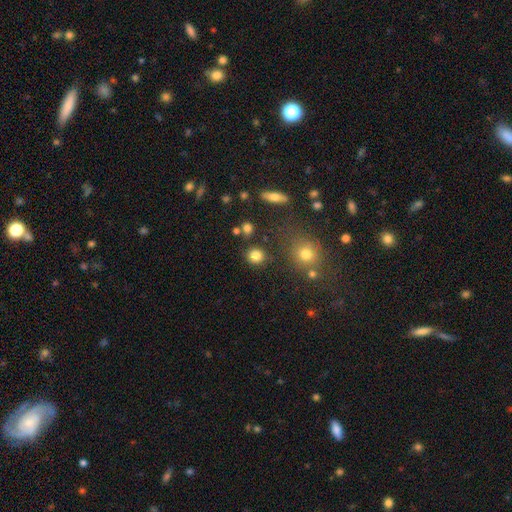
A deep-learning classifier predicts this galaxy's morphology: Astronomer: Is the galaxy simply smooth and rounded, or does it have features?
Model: smooth — 83%.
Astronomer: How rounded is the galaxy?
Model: round — 84%.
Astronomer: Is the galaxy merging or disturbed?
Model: none — 83%.